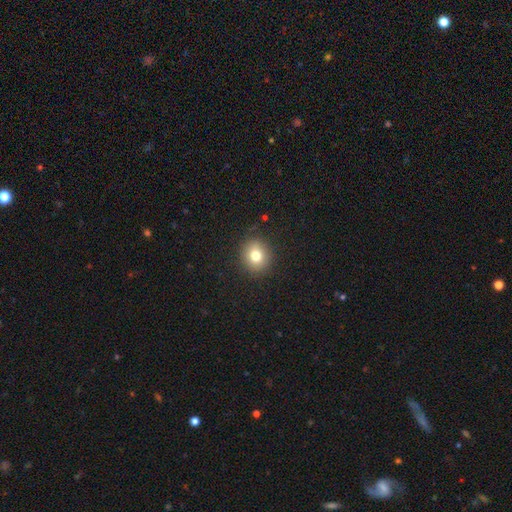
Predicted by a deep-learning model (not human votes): smooth-or-featured: smooth: 78% | star or artifact: 12% | featured or disk: 11%
  how-rounded: round: 81% | in between: 18% | cigar-shaped: 1%
  merging: none: 88% | minor disturbance: 8% | major disturbance: 3% | merger: 1%